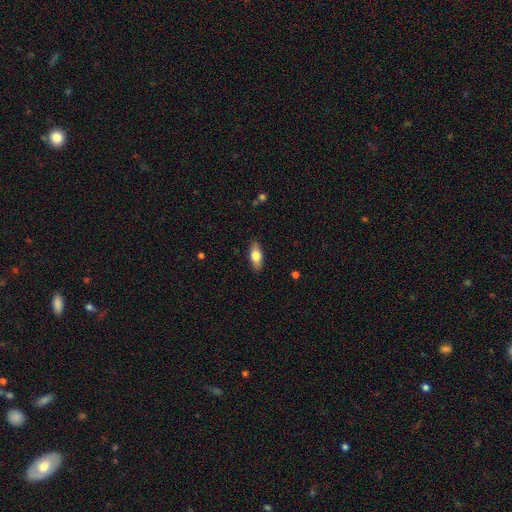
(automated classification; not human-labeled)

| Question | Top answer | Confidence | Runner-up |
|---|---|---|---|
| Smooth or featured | smooth | 74% | featured or disk (20%) |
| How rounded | in between | 80% | cigar-shaped (17%) |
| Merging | none | 87% | minor disturbance (10%) |